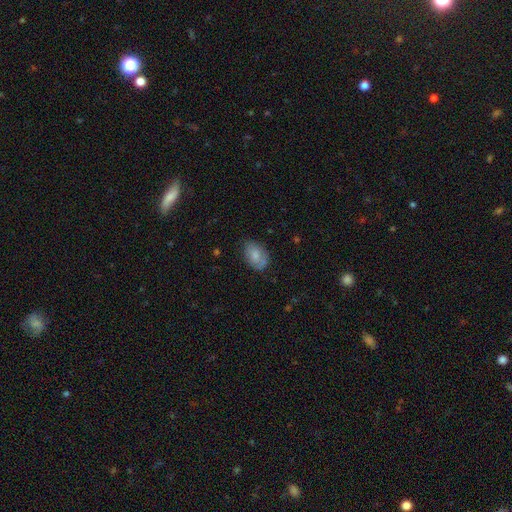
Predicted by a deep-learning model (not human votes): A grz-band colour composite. It shows a smooth galaxy with no disk features (78%) that is in between round and cigar-shaped (85%). Merging: none (70%).